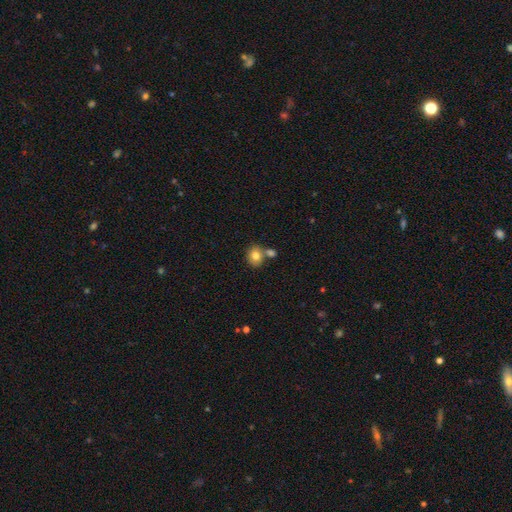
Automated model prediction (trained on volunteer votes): smooth_or_featured: smooth (p=0.80) [alt: featured or disk p=0.10]
how_rounded: round (p=0.60) [alt: in between p=0.39]
merging: none (p=0.58) [alt: merger p=0.29]